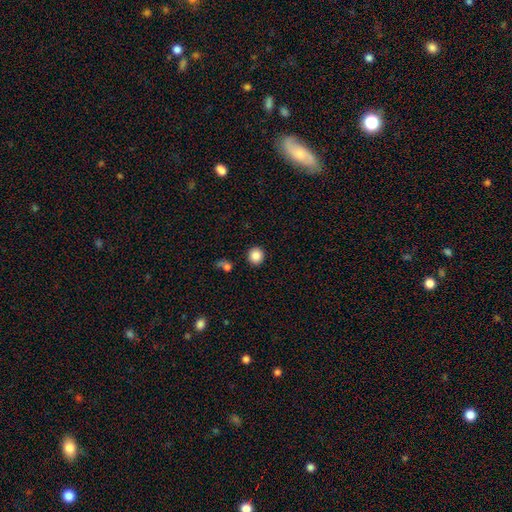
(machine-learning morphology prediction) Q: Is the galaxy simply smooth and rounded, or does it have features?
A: smooth — 86%.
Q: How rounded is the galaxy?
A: round — 91%.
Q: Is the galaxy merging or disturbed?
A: none — 90%.